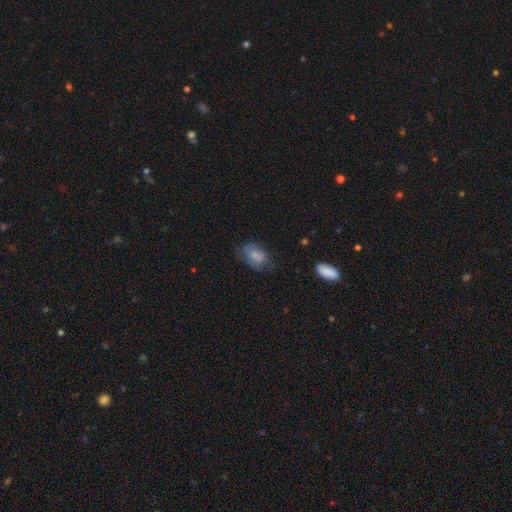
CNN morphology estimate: Smooth or featured? smooth (75%)
How rounded? in between (86%)
Merging? none (56%)